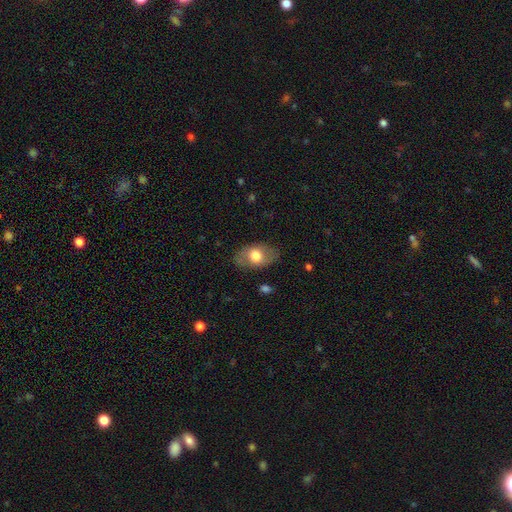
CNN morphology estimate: smooth_or_featured: smooth (p=0.68) [alt: featured or disk p=0.25]
how_rounded: in between (p=0.88) [alt: round p=0.10]
merging: none (p=0.80) [alt: minor disturbance p=0.15]